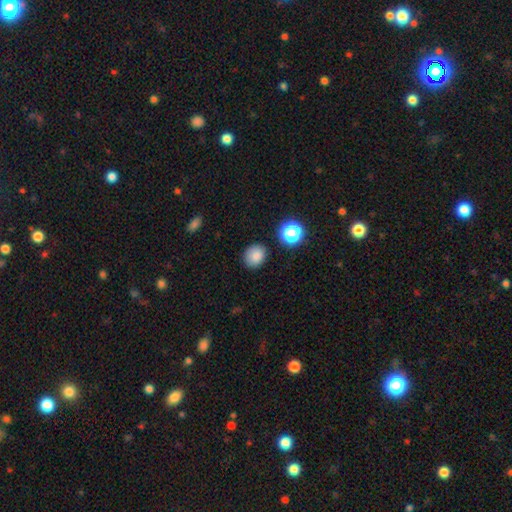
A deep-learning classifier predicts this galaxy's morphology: smooth_or_featured: smooth (p=0.83) [alt: star or artifact p=0.12]
how_rounded: round (p=0.69) [alt: in between p=0.31]
merging: none (p=0.84) [alt: minor disturbance p=0.10]